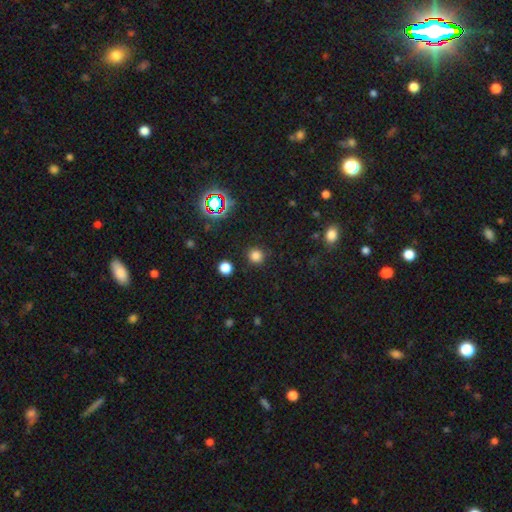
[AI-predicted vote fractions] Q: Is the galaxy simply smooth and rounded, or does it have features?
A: smooth — 78%.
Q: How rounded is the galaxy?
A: round — 94%.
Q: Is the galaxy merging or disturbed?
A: none — 89%.